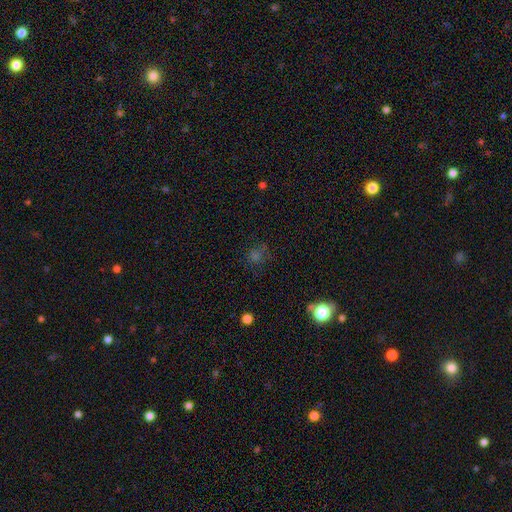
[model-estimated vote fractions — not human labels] Smooth or featured? smooth (48%)
Merging? none (76%)